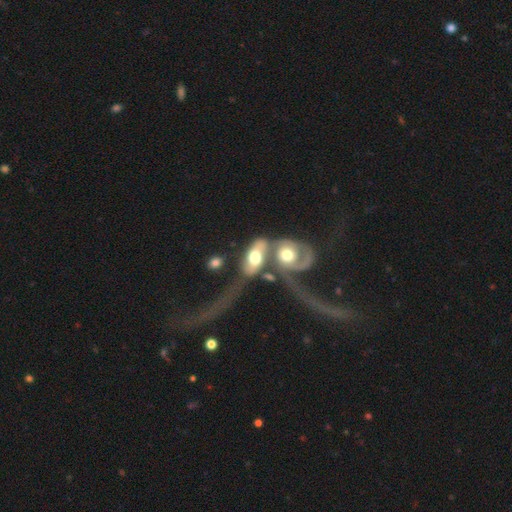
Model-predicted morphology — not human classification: Smooth or featured: featured or disk — 62% (smooth — 31%)
Edge-on disk: no — 86% (yes — 14%)
Bar: no — 69% (weak — 21%)
Spiral arms: yes — 68% (no — 32%)
Bulge size: moderate — 50% (large — 36%)
Merging: merger — 70% (major disturbance — 16%)